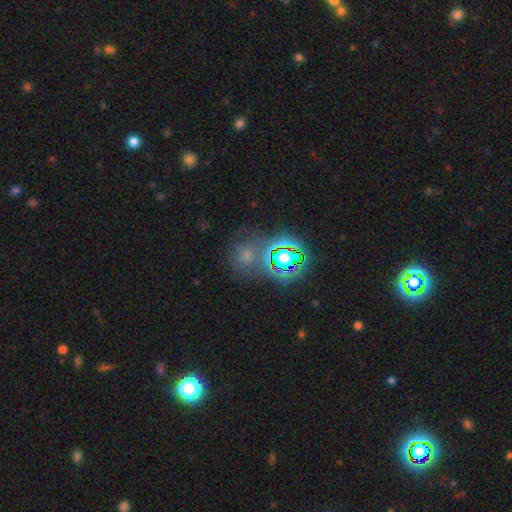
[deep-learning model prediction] Smooth or featured?
  - star or artifact: 62% *
  - smooth: 26%
  - featured or disk: 12%